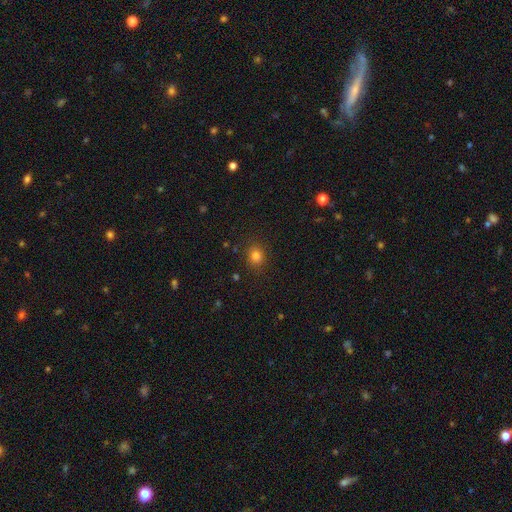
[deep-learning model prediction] This appears to be a smooth galaxy with no disk features (81%) that is round (67%). Merging: none (85%).